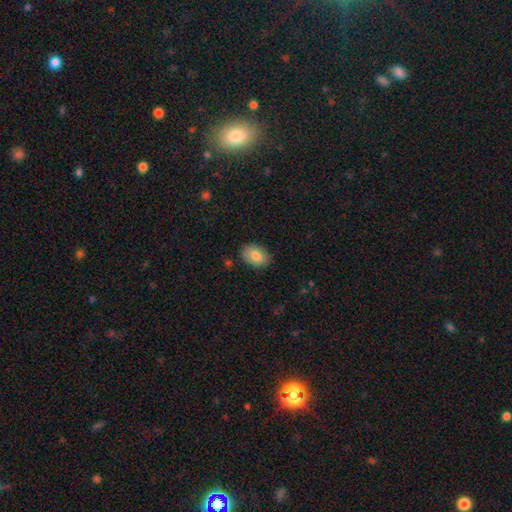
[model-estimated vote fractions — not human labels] A smooth galaxy with no disk features (82%) that is in between round and cigar-shaped (84%).

Vote fractions:
- Smooth or featured? smooth: 82% / featured or disk: 12% / star or artifact: 7%
- How rounded? in between: 84% / round: 15% / cigar-shaped: 1%
- Merging? none: 84% / minor disturbance: 12% / major disturbance: 2% / merger: 1%